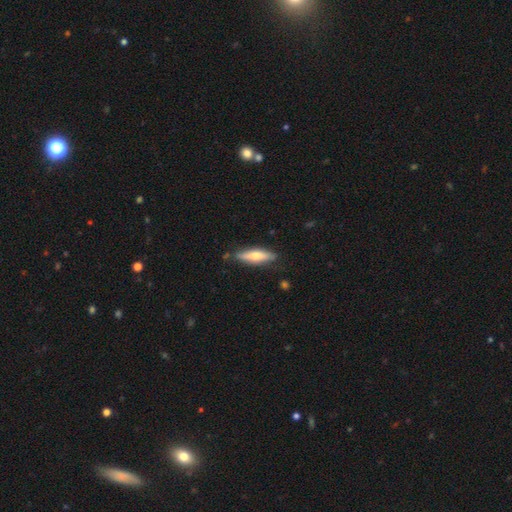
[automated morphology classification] Smooth or featured? Predicted: smooth (p=0.54). How rounded? Predicted: cigar-shaped (p=0.67). Merging? Predicted: none (p=0.81).